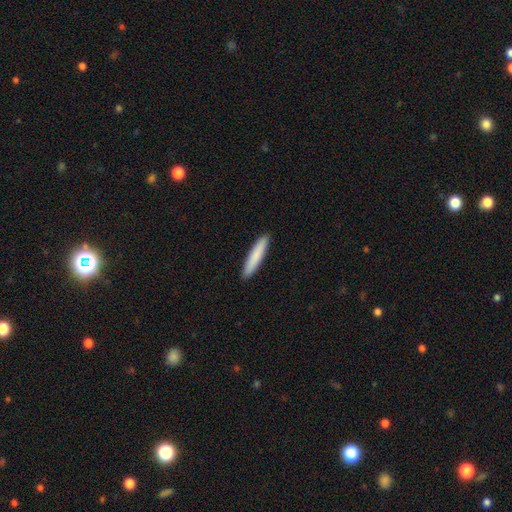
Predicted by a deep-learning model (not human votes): Smooth or featured: smooth — 83% (featured or disk — 12%)
How rounded: cigar-shaped — 92% (in between — 7%)
Merging: none — 92% (minor disturbance — 6%)